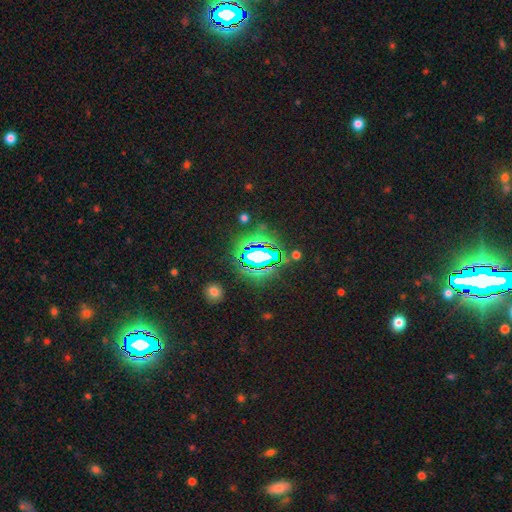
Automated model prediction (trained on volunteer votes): This appears to be a star or artifact, not a galaxy (74%).